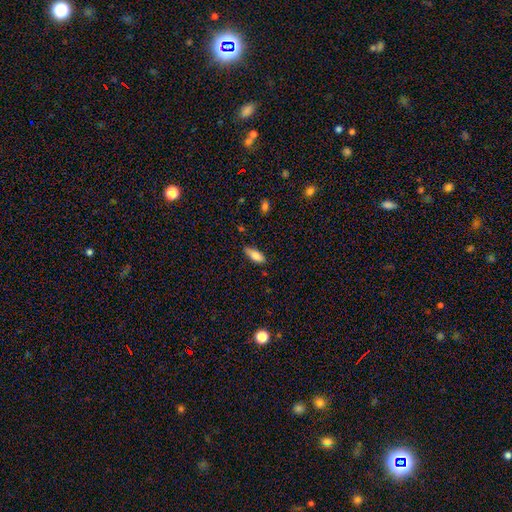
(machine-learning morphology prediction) Smooth or featured: smooth — 81% (featured or disk — 12%)
How rounded: in between — 76% (cigar-shaped — 22%)
Merging: none — 76% (minor disturbance — 19%)